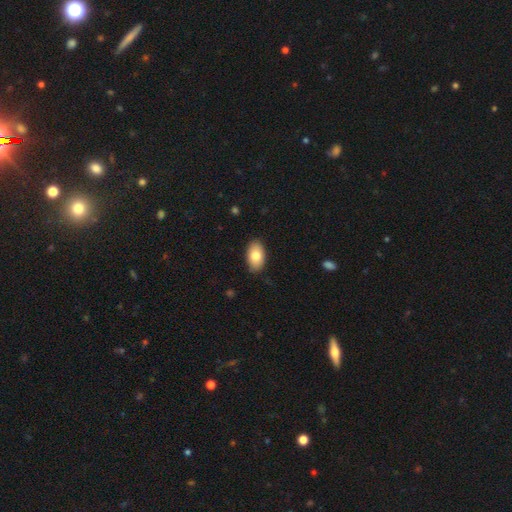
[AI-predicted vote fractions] smooth_or_featured: smooth (p=0.82) [alt: featured or disk p=0.12]
how_rounded: in between (p=0.94) [alt: round p=0.05]
merging: none (p=0.88) [alt: minor disturbance p=0.10]